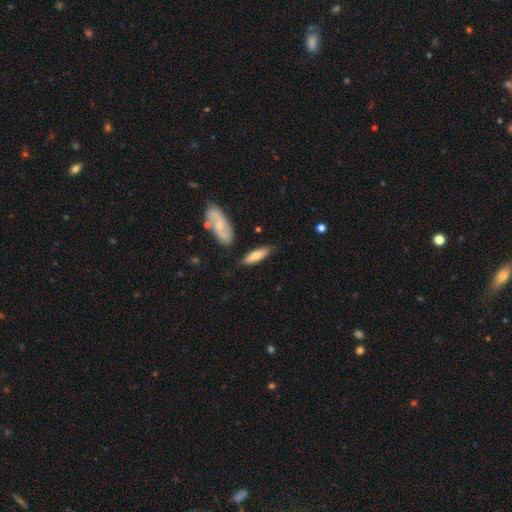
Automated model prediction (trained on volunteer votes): This is likely a smooth galaxy (71%). How rounded: possibly cigar-shaped (53%). Merging: likely none (75%).